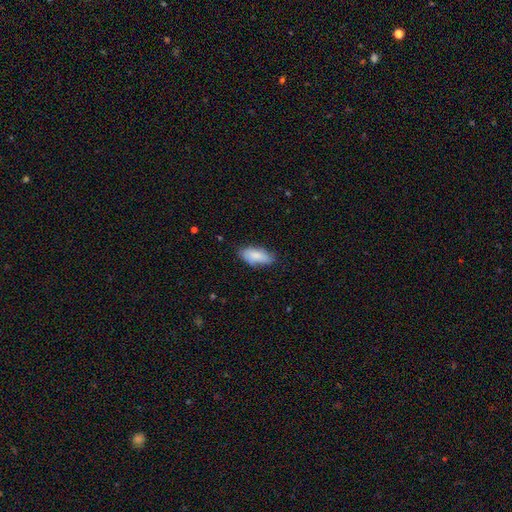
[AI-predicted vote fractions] This is clearly a smooth galaxy (84%). How rounded: clearly in between (87%). Merging: likely none (72%).